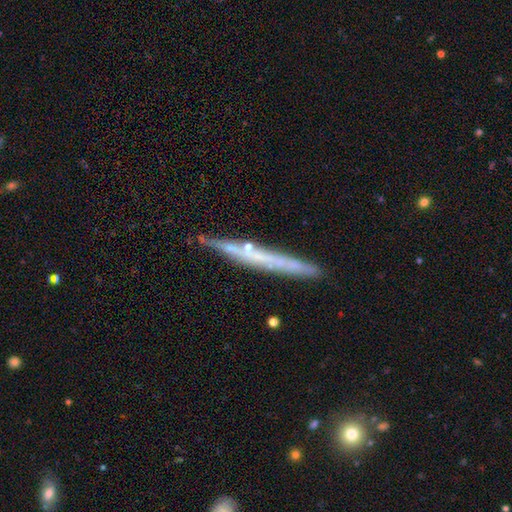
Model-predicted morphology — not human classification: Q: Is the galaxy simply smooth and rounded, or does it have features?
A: featured or disk — 60%.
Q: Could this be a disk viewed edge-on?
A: yes — 92%.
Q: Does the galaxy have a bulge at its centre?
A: none — 81%.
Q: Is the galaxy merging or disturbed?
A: none — 80%.